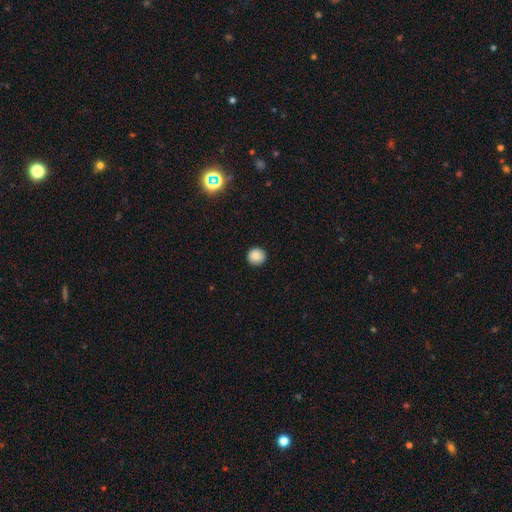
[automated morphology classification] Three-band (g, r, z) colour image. It shows a smooth galaxy with no disk features (86%) that is round (94%). Merging: none (90%).